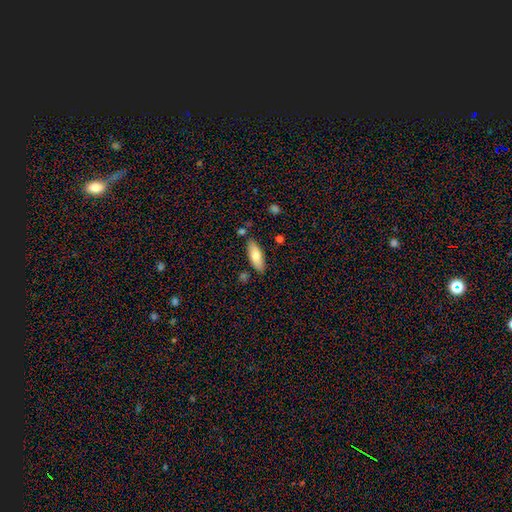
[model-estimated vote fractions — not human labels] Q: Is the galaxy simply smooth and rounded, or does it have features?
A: smooth — 77%.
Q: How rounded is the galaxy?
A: in between — 73%.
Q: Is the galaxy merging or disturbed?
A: none — 82%.